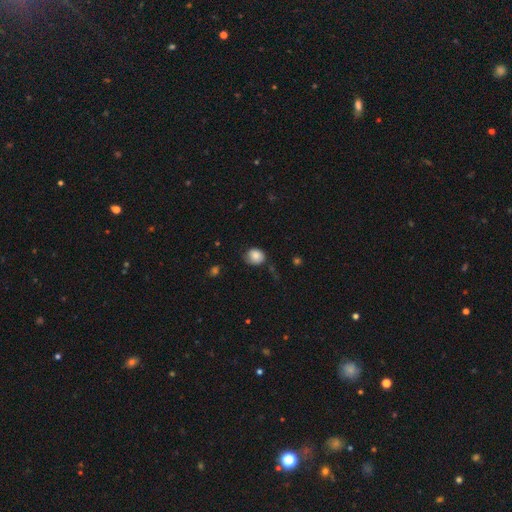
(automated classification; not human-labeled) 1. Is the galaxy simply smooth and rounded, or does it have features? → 84% smooth, 9% star or artifact, 8% featured or disk.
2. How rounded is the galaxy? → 66% round, 33% in between, 1% cigar-shaped.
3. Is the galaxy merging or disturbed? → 62% none, 29% minor disturbance, 7% major disturbance, 2% merger.